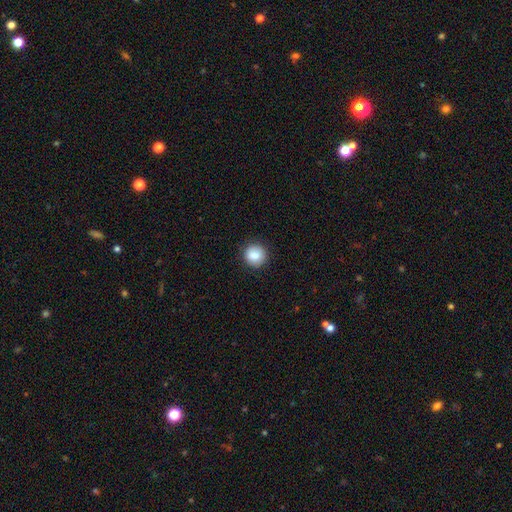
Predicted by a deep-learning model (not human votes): This is clearly a smooth galaxy (85%). How rounded: clearly round (92%). Merging: clearly none (90%).